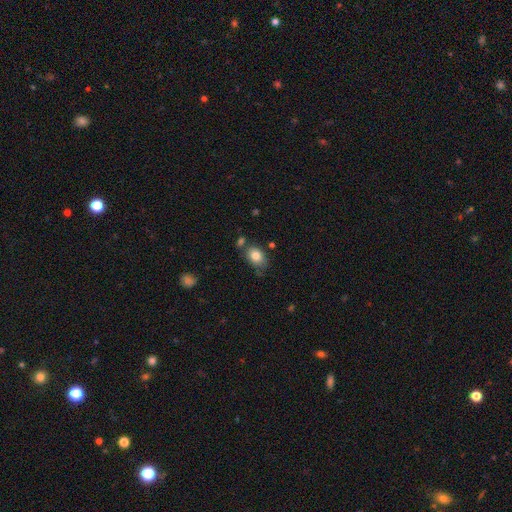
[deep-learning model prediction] Q: Smooth or featured?
A: smooth (81%); runner-up: featured or disk (10%)
Q: How rounded?
A: in between (75%); runner-up: round (23%)
Q: Merging?
A: none (63%); runner-up: minor disturbance (21%)